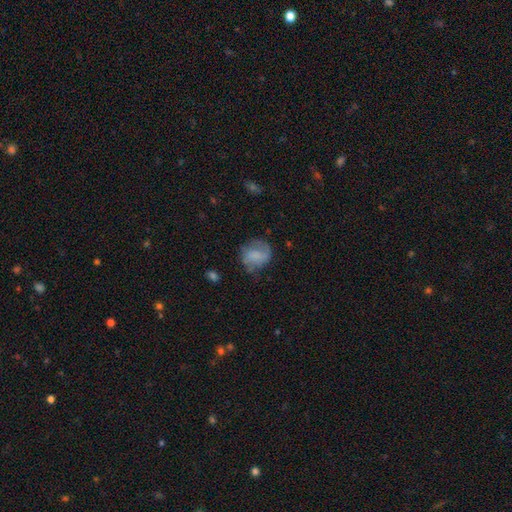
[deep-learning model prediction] A smooth galaxy with no disk features (58%) that is round (66%). Merging: none (54%).